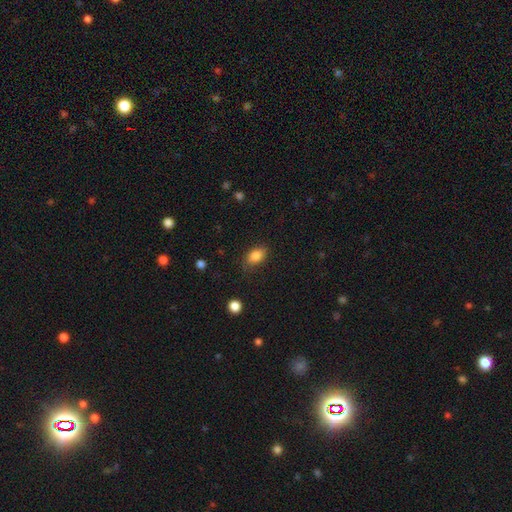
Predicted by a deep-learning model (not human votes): A smooth galaxy with no disk features (85%) that is in between round and cigar-shaped (83%). Merging: none (76%).